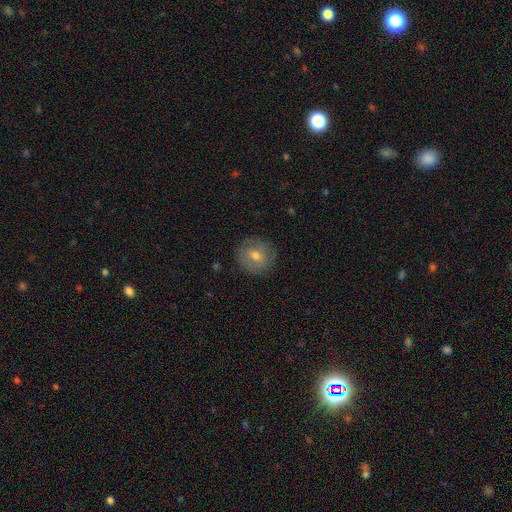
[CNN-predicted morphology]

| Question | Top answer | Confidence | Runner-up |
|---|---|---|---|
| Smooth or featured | smooth | 59% | featured or disk (30%) |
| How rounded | round | 89% | in between (10%) |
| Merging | none | 86% | minor disturbance (10%) |